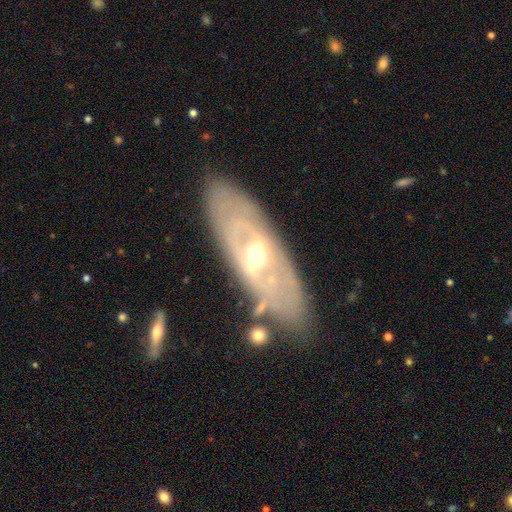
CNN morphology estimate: This appears to be a featured or disk galaxy (78%) with a weak bar (40%), spiral arms (58%) and a moderate central bulge (51%). Merging: none (81%).